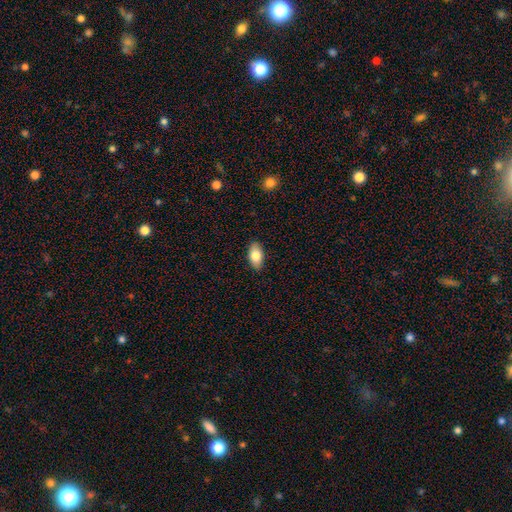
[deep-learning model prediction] This appears to be a smooth galaxy with no disk features (81%) that is in between round and cigar-shaped (92%). Merging: none (88%).